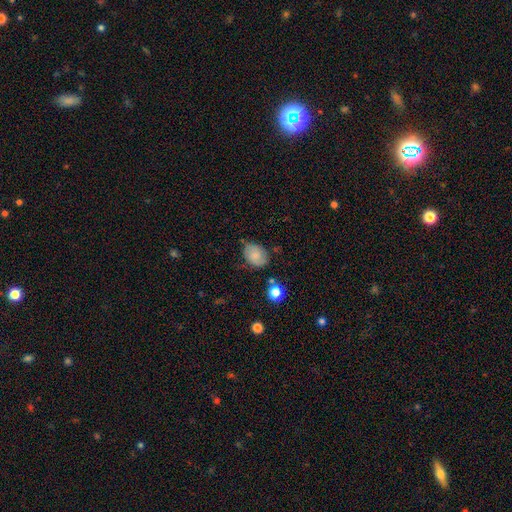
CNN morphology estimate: This appears to be a smooth galaxy with no disk features (64%) that is in between round and cigar-shaped (65%). Merging: none (66%).